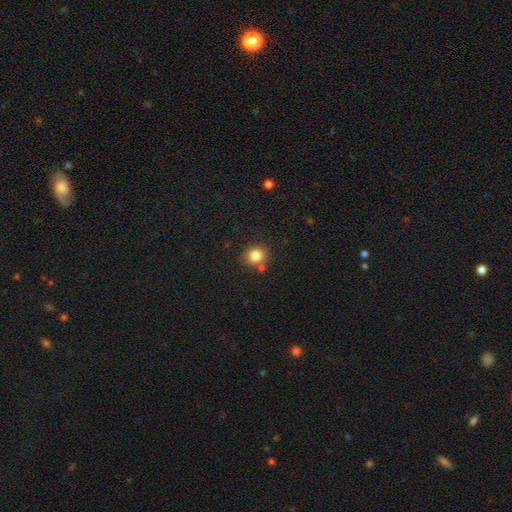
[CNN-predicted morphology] Smooth or featured? smooth (82%)
How rounded? round (82%)
Merging? none (80%)